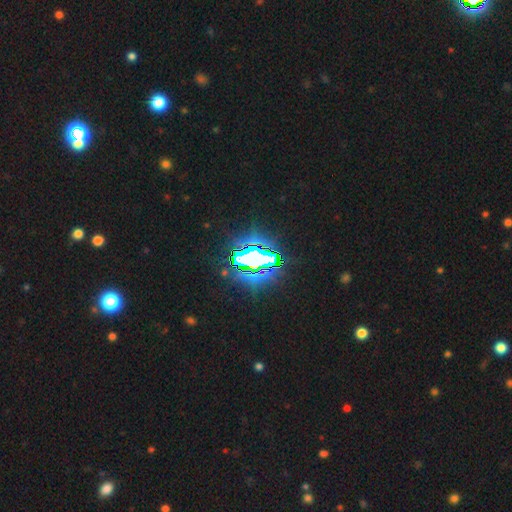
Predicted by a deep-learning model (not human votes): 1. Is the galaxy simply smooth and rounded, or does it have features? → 74% star or artifact, 13% smooth, 13% featured or disk.